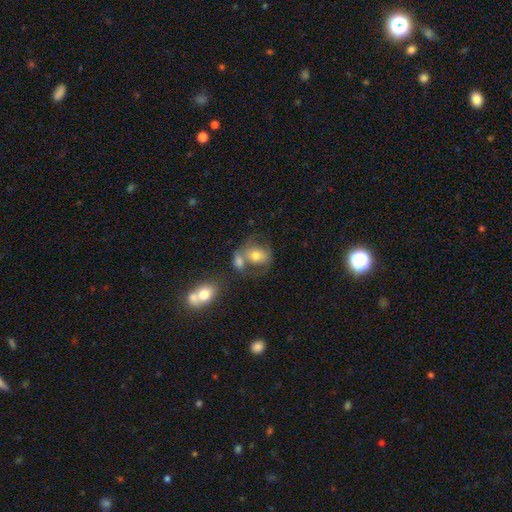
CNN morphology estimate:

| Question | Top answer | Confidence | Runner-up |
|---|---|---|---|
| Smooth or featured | smooth | 58% | featured or disk (33%) |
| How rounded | in between | 52% | round (47%) |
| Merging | merger | 46% | none (30%) |